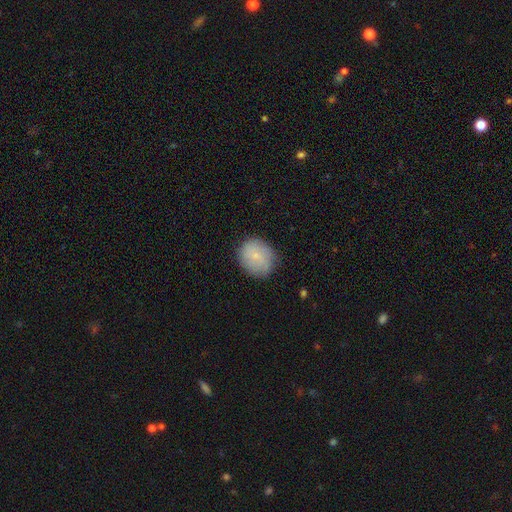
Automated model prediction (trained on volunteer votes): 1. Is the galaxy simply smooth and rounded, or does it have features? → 67% smooth, 25% featured or disk, 8% star or artifact.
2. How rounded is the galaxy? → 74% round, 25% in between, 1% cigar-shaped.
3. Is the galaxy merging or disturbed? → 77% none, 17% minor disturbance, 4% major disturbance, 1% merger.